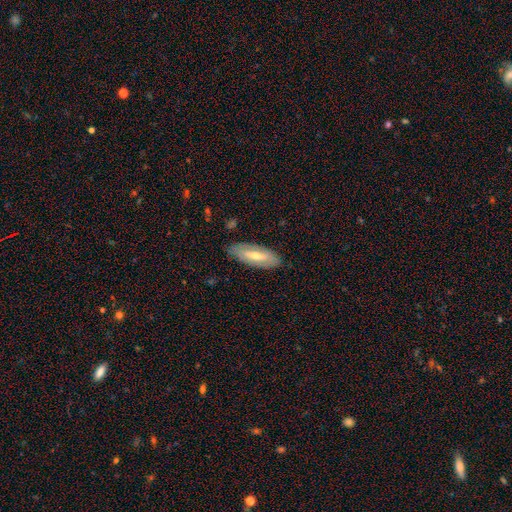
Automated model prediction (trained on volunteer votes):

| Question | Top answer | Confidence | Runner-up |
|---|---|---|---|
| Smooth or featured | featured or disk | 54% | smooth (39%) |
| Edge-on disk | no | 71% | yes (29%) |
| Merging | none | 85% | minor disturbance (12%) |